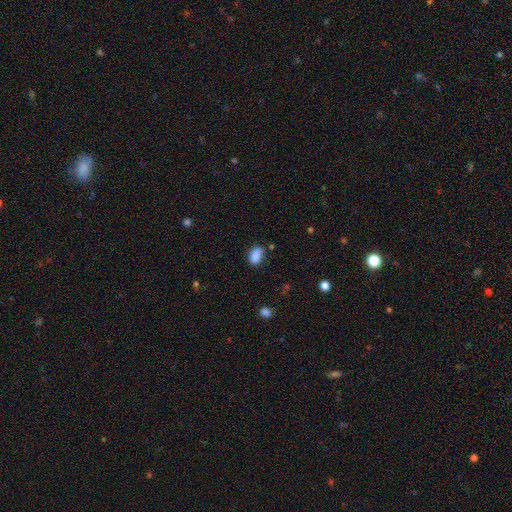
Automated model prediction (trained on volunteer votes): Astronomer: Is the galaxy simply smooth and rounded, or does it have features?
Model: smooth — 88%.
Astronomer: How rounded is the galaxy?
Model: in between — 89%.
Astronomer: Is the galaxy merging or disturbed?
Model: none — 78%.